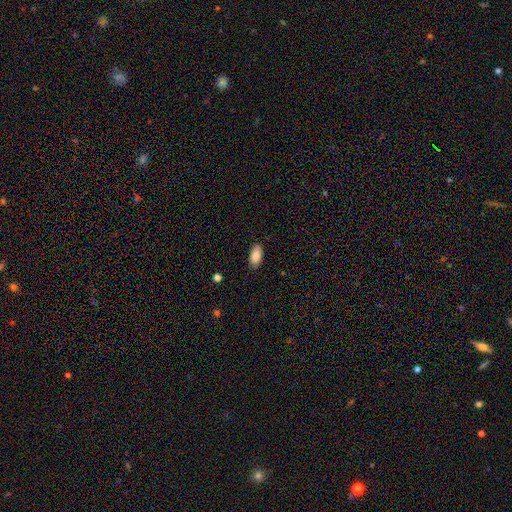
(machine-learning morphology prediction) Q: Smooth or featured?
A: smooth (87%); runner-up: star or artifact (7%)
Q: How rounded?
A: in between (93%); runner-up: cigar-shaped (4%)
Q: Merging?
A: none (86%); runner-up: minor disturbance (11%)